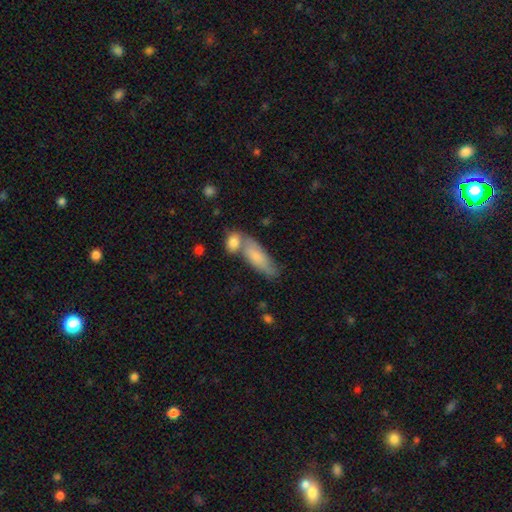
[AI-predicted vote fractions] The model was most divided on "merging": none: 48%, merger: 31%, minor disturbance: 16%, major disturbance: 5%. More confident: smooth or featured — smooth (72%); how rounded — in between (59%).